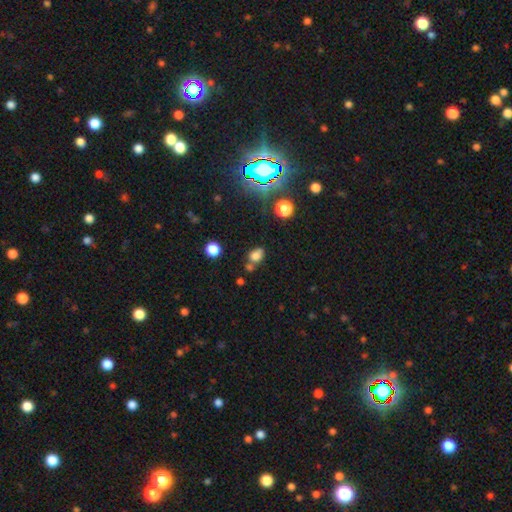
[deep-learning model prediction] smooth 74%, star or artifact 17%, featured or disk 9%. Down the decision tree: how rounded — in between (63%); merging — none (53%).